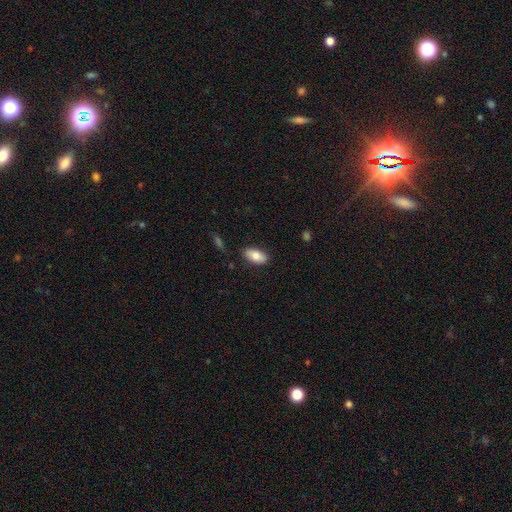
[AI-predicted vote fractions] This appears to be a smooth galaxy with no disk features (81%) that is in between round and cigar-shaped (92%). Merging: none (85%).